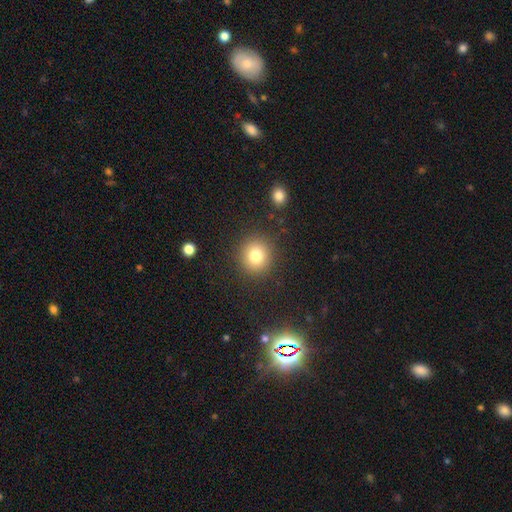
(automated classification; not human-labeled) A smooth galaxy with no disk features (80%) that is round (89%). Merging: none (89%).